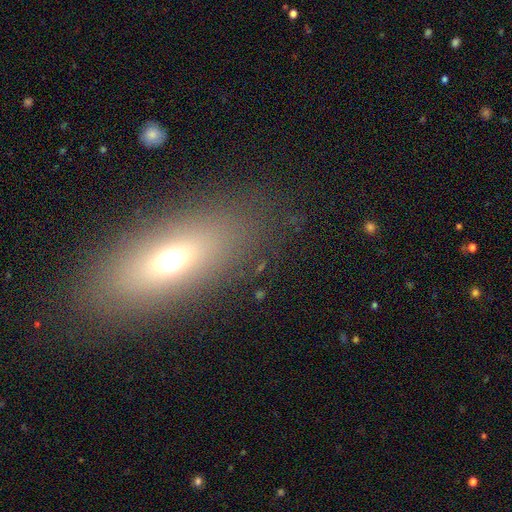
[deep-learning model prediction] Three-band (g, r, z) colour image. It shows a smooth galaxy with no disk features (60%) that is in between round and cigar-shaped (70%). Merging: none (85%).